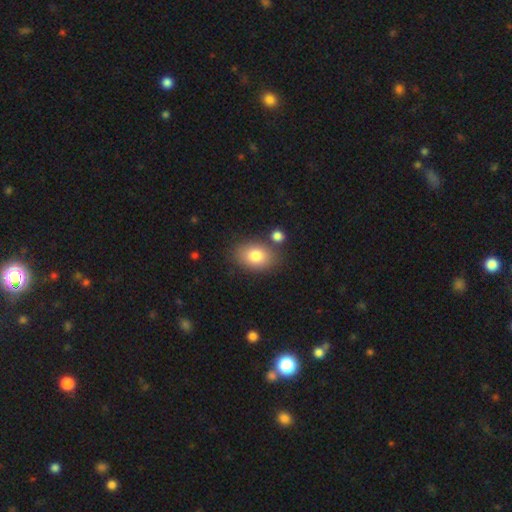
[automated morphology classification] Smooth or featured? smooth (81%)
How rounded? in between (81%)
Merging? none (74%)